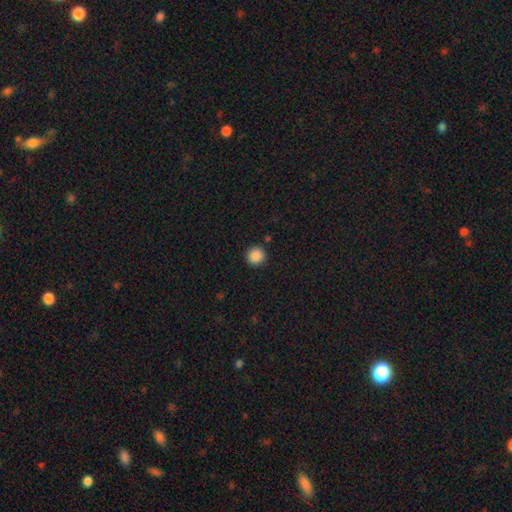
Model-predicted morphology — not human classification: smooth 88%, star or artifact 10%, featured or disk 3%. Down the decision tree: how rounded — round (94%); merging — none (91%).